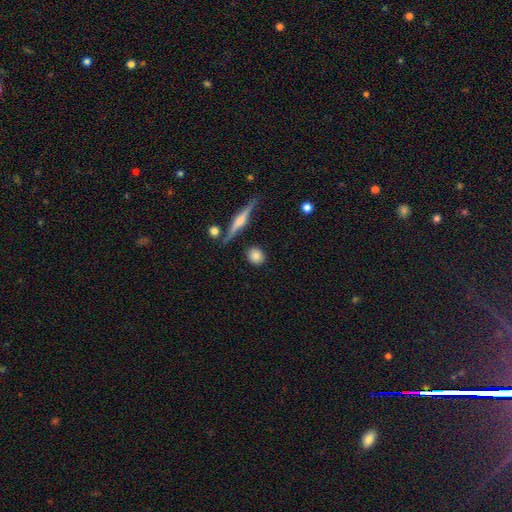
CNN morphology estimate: This is clearly a smooth galaxy (81%). How rounded: clearly round (81%). Merging: clearly none (85%).